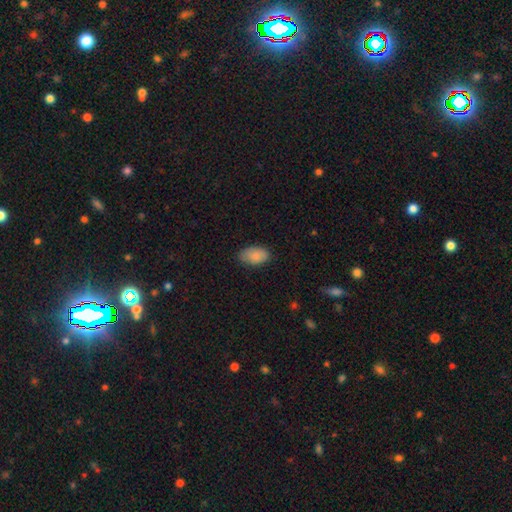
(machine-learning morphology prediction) smooth_or_featured: smooth (p=0.83) [alt: featured or disk p=0.10]
how_rounded: in between (p=0.92) [alt: round p=0.06]
merging: none (p=0.75) [alt: minor disturbance p=0.20]